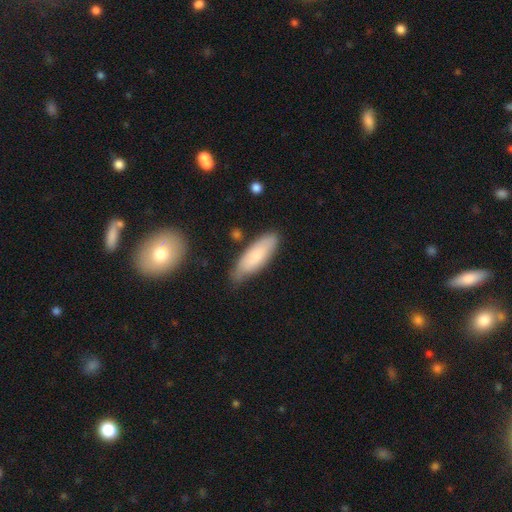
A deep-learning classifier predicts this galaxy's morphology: smooth_or_featured: smooth (p=0.75) [alt: featured or disk p=0.19]
how_rounded: in between (p=0.60) [alt: cigar-shaped p=0.38]
merging: none (p=0.72) [alt: minor disturbance p=0.21]